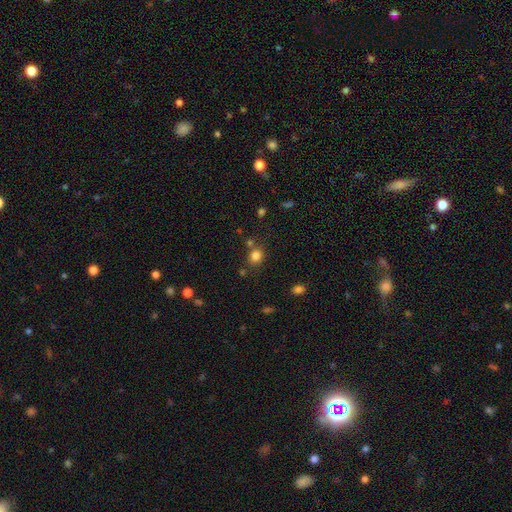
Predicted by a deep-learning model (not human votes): Overall: smooth (81%). How rounded: round (73%). Merging: none (73%).